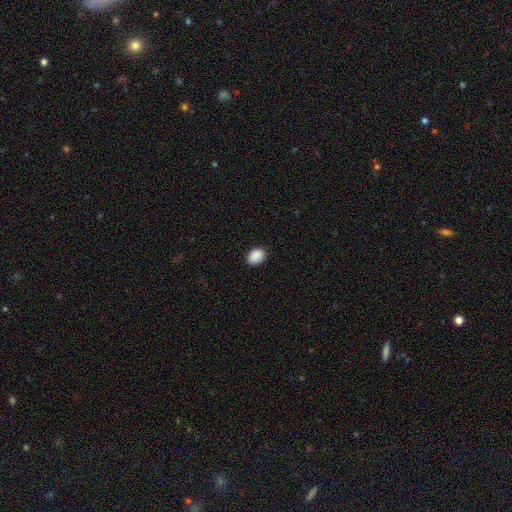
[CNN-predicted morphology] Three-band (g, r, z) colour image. It shows a smooth galaxy with no disk features (90%) that is in between round and cigar-shaped (71%). Merging: none (88%).